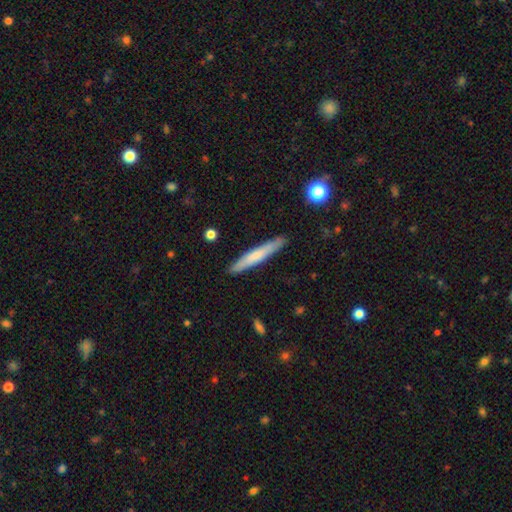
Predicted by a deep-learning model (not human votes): Overall: smooth (62%; featured or disk 32%). How rounded: cigar-shaped (94%). Merging: none (89%).